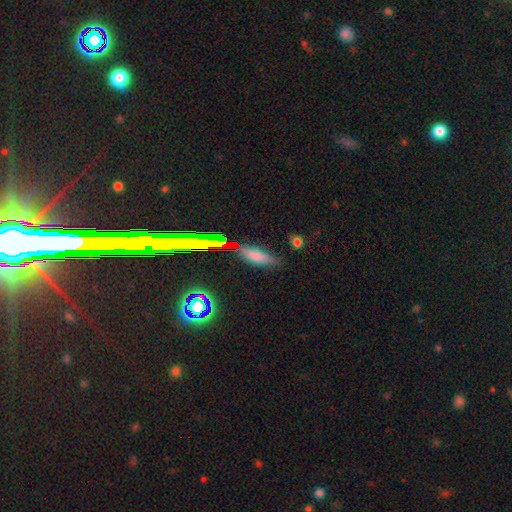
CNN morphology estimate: This is likely a smooth galaxy (69%). How rounded: possibly in between (52%). Merging: likely none (77%).